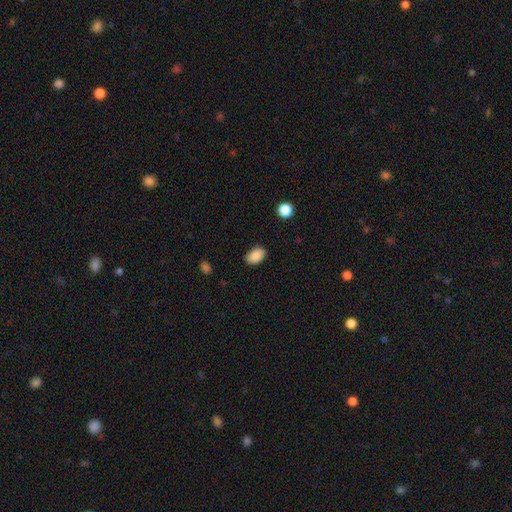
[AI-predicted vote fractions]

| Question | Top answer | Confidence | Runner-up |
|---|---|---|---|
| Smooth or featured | smooth | 89% | star or artifact (8%) |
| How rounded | in between | 87% | round (12%) |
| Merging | none | 86% | minor disturbance (10%) |